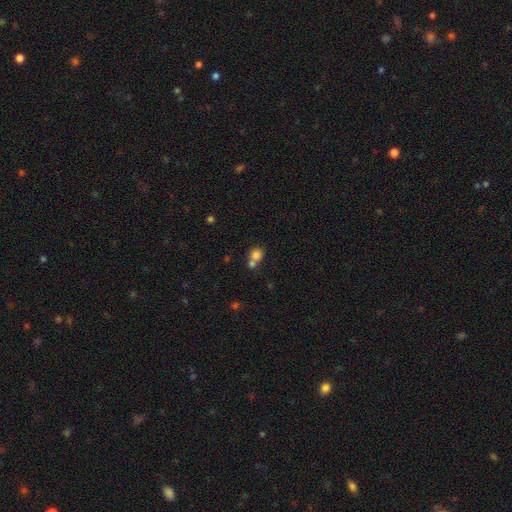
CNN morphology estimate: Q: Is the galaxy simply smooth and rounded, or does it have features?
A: smooth — 79%.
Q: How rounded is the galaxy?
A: round — 79%.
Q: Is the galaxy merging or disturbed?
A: merger — 50%.